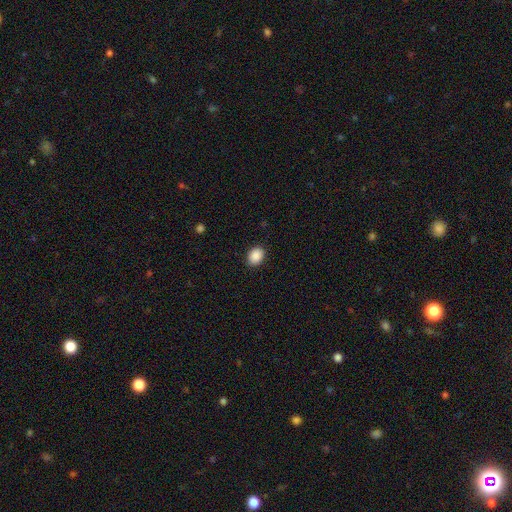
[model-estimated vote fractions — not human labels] This is clearly a smooth galaxy (90%). How rounded: likely in between (63%). Merging: clearly none (89%).